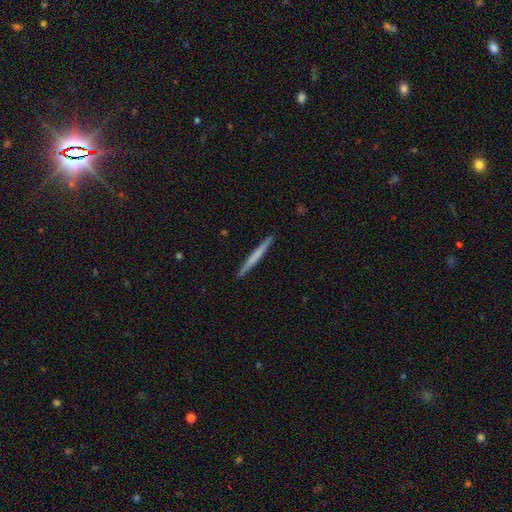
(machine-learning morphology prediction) This appears to be a smooth galaxy with no disk features (55%) that is cigar-shaped (97%). Merging: none (92%).